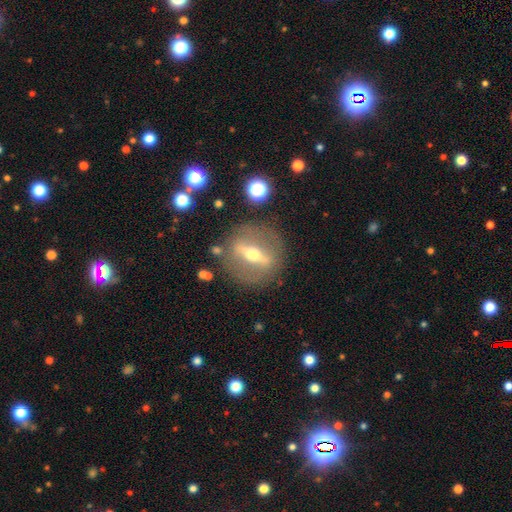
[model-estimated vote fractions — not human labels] The model was most divided on "edge-on disk": no: 53%, yes: 47%. More confident: merging — none (82%); smooth or featured — featured or disk (75%).